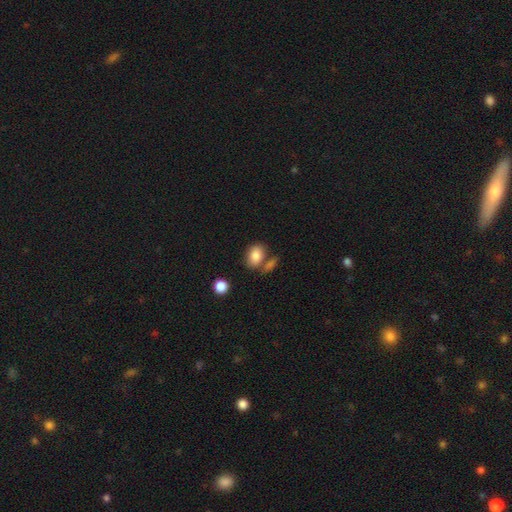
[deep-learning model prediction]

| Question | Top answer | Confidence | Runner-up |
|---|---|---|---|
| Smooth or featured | smooth | 84% | star or artifact (8%) |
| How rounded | in between | 76% | round (22%) |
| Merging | none | 55% | merger (26%) |